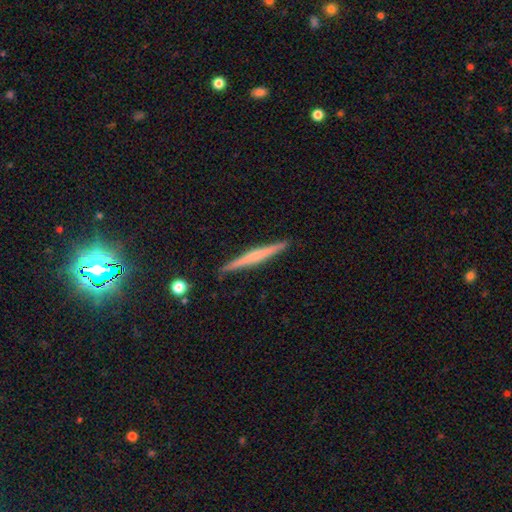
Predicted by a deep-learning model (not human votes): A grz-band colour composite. It shows a featured or disk galaxy (56%) viewed edge-on (98%) with no central bulge (56%). Merging: none (90%).